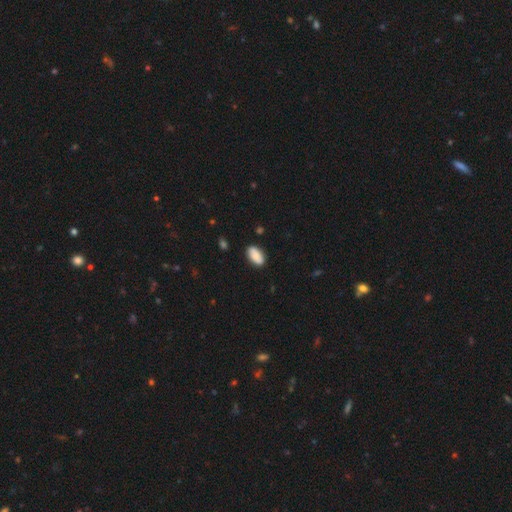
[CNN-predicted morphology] Smooth or featured? Predicted: smooth (p=0.82). How rounded? Predicted: in between (p=0.94). Merging? Predicted: none (p=0.84).